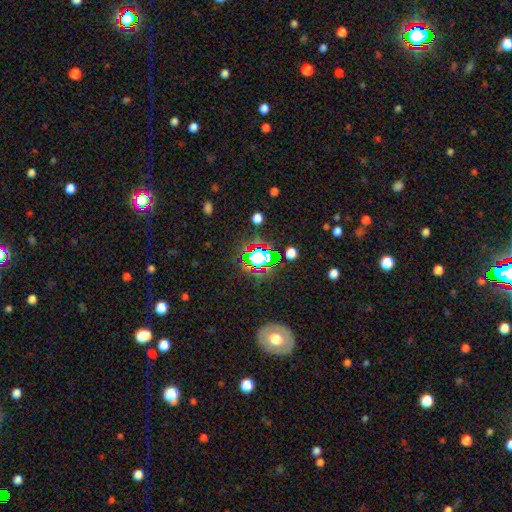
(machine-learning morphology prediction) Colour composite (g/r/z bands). It shows a star or artifact, not a galaxy (58%).